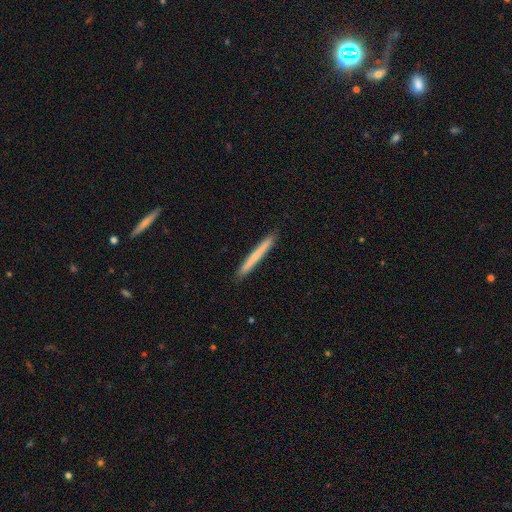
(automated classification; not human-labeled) This is likely a smooth galaxy (64%). How rounded: clearly cigar-shaped (97%). Merging: clearly none (92%).